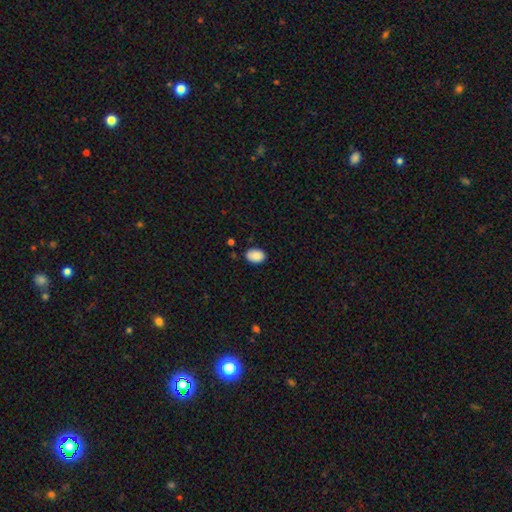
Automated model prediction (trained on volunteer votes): Q: Smooth or featured?
A: smooth (90%); runner-up: star or artifact (7%)
Q: How rounded?
A: in between (83%); runner-up: round (16%)
Q: Merging?
A: none (85%); runner-up: minor disturbance (12%)